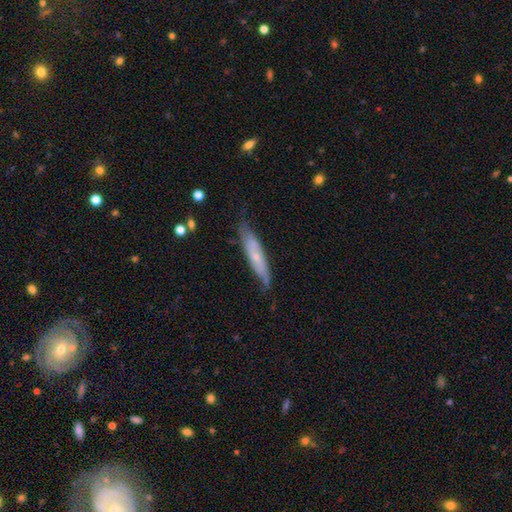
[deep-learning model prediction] The model was most divided on "smooth or featured": featured or disk: 49%, smooth: 45%, star or artifact: 6%. More confident: merging — none (70%).